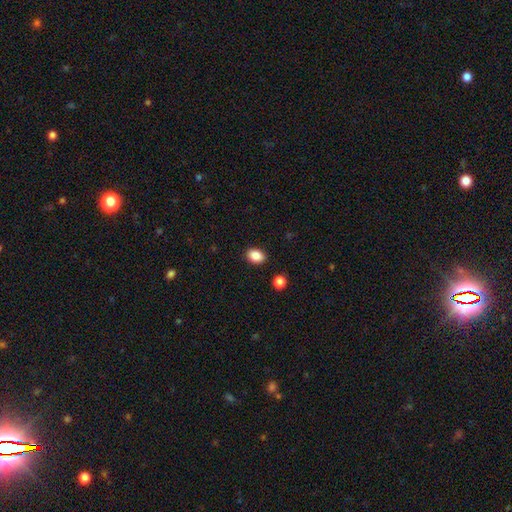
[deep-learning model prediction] Smooth or featured: smooth — 87% (star or artifact — 9%)
How rounded: in between — 76% (round — 23%)
Merging: none — 88% (minor disturbance — 8%)